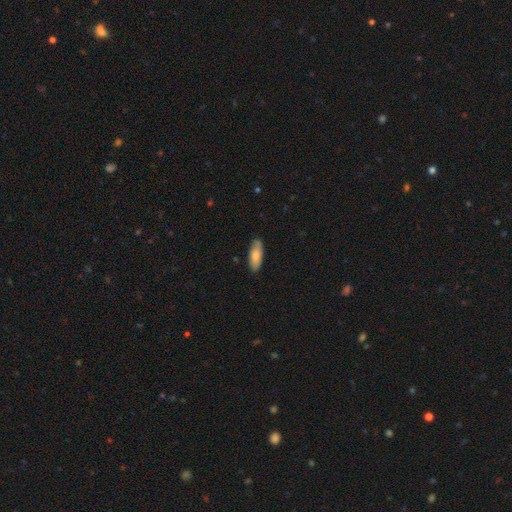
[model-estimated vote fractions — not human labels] Overall: smooth (77%). How rounded: in between (75%). Merging: none (84%).